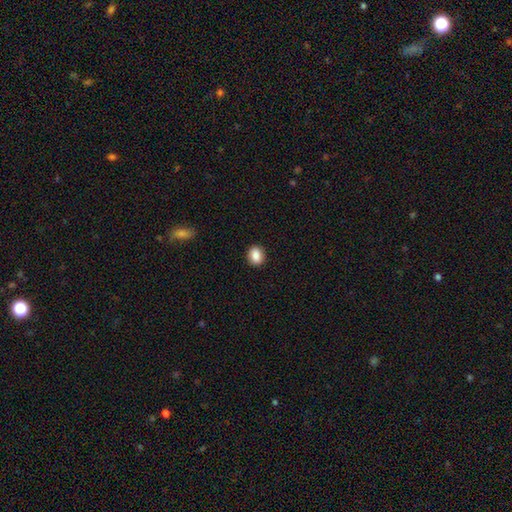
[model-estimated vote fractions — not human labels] Morphology: type=smooth (88%); roundness=round (52%); merging=none (91%).